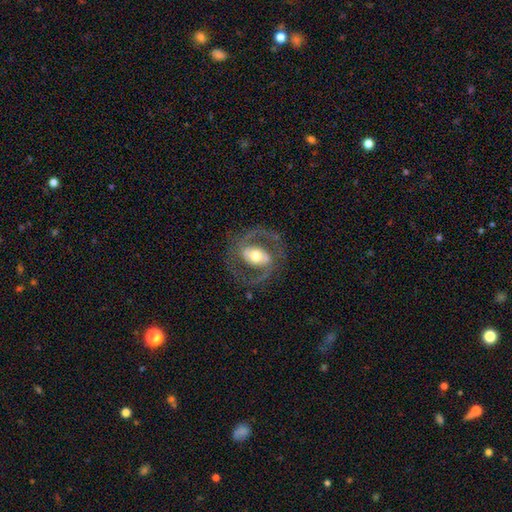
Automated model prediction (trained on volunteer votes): A featured or disk galaxy (85%) with a strong bar (38%), 2 (91%) medium (59%) spiral arms (89%) and a moderate central bulge (66%). Merging: none (78%).